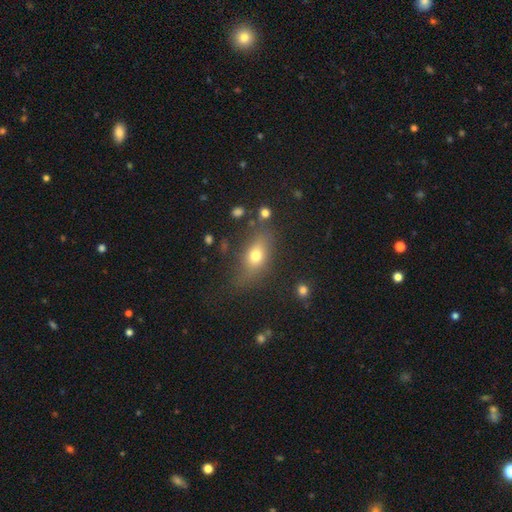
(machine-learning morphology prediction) This is likely a smooth galaxy (71%). How rounded: likely in between (72%). Merging: likely none (68%).